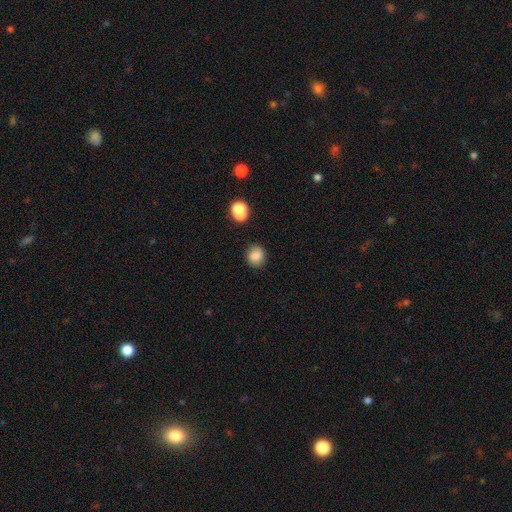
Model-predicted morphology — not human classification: Smooth or featured? smooth (82%)
How rounded? round (77%)
Merging? none (80%)